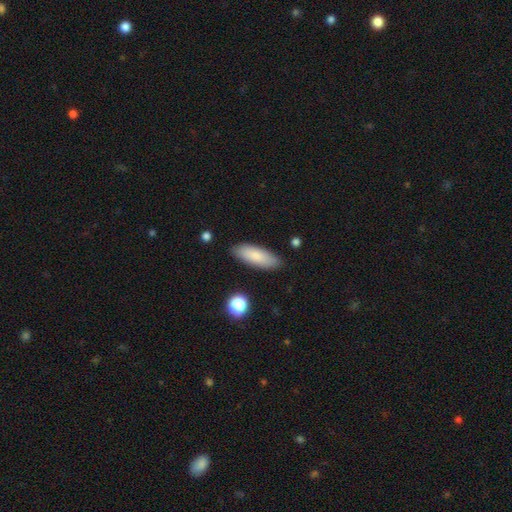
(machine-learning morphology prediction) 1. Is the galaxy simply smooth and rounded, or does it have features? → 83% smooth, 11% featured or disk, 6% star or artifact.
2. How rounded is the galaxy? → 62% in between, 37% cigar-shaped, 2% round.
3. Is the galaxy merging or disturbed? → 87% none, 9% minor disturbance, 2% major disturbance, 2% merger.